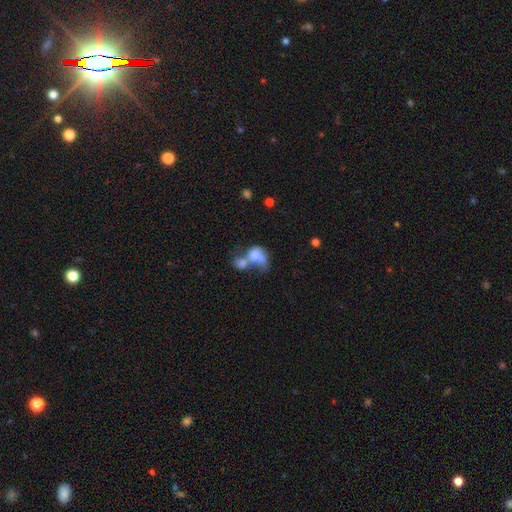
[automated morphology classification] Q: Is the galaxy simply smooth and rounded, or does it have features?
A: smooth — 65%.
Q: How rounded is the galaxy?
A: in between — 65%.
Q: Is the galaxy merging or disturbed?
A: merger — 69%.